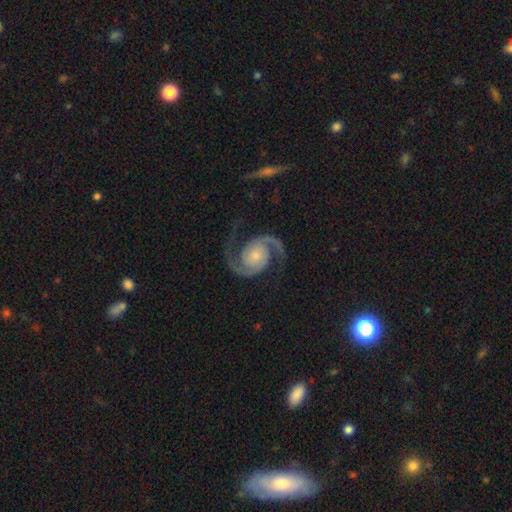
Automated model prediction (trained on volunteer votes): featured or disk 93%, star or artifact 4%, smooth 3%. Down the decision tree: edge-on disk — no (98%); bar — no (73%); spiral arms — yes (99%); spiral arm count — 2 (95%); spiral winding — medium (58%); bulge size — small (41%); merging — none (79%).